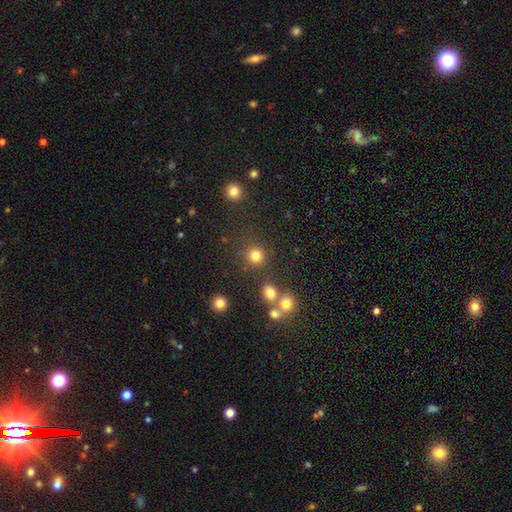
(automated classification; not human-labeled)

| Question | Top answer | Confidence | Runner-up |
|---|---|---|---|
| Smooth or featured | smooth | 79% | star or artifact (15%) |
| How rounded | round | 92% | in between (7%) |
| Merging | none | 82% | minor disturbance (8%) |